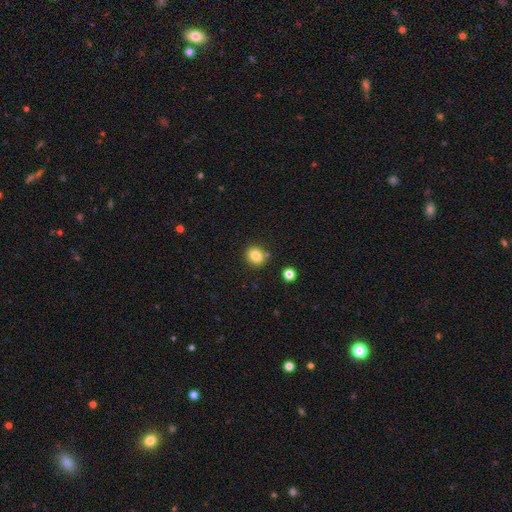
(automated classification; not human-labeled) Smooth or featured? Predicted: smooth (p=0.83). How rounded? Predicted: round (p=0.69). Merging? Predicted: none (p=0.82).